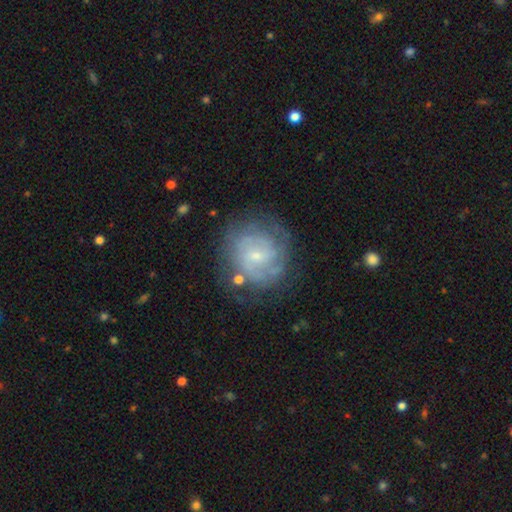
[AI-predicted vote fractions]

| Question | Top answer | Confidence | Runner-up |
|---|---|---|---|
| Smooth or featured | featured or disk | 74% | smooth (19%) |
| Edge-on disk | no | 98% | yes (2%) |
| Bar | no | 47% | weak (45%) |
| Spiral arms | yes | 88% | no (12%) |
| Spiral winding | tight | 58% | medium (32%) |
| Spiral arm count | can't tell | 38% | 2 (31%) |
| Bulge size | small | 73% | moderate (20%) |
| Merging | none | 71% | minor disturbance (17%) |